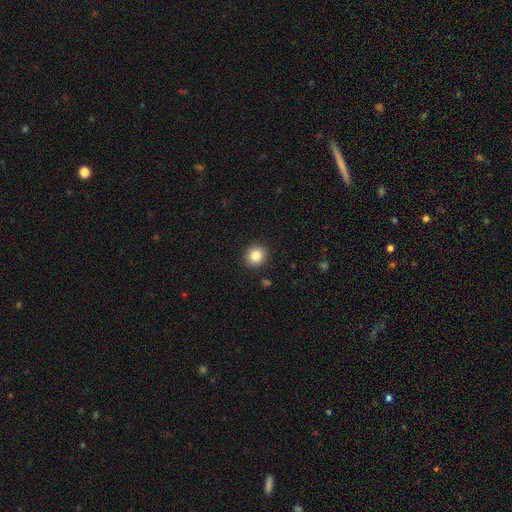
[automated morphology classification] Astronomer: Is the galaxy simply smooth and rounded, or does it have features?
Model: smooth — 84%.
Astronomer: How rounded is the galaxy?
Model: round — 87%.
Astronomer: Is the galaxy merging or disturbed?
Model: none — 91%.